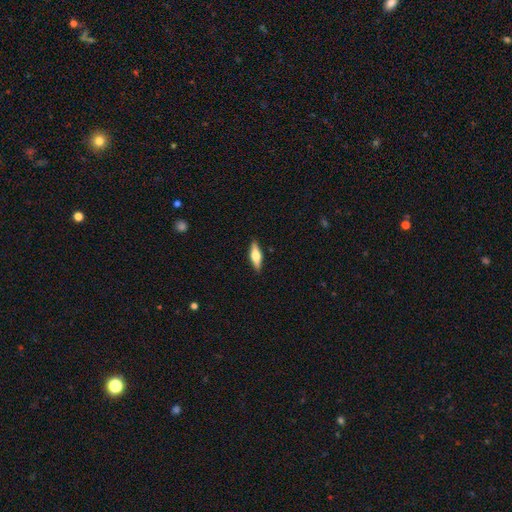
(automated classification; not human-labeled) Smooth or featured: smooth — 50% (featured or disk — 44%)
How rounded: cigar-shaped — 51% (in between — 46%)
Merging: none — 89% (minor disturbance — 8%)